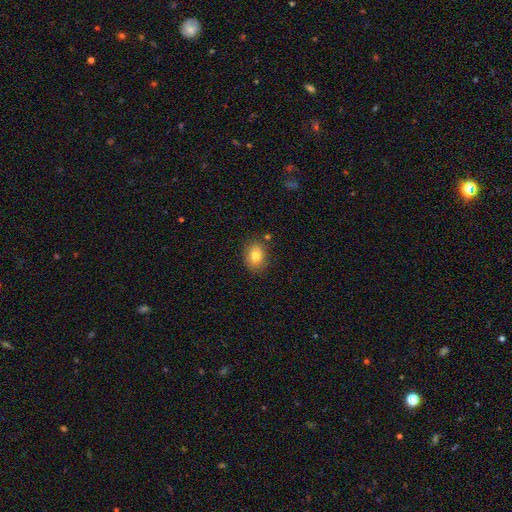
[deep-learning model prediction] Smooth or featured? smooth (81%)
How rounded? in between (54%)
Merging? none (82%)